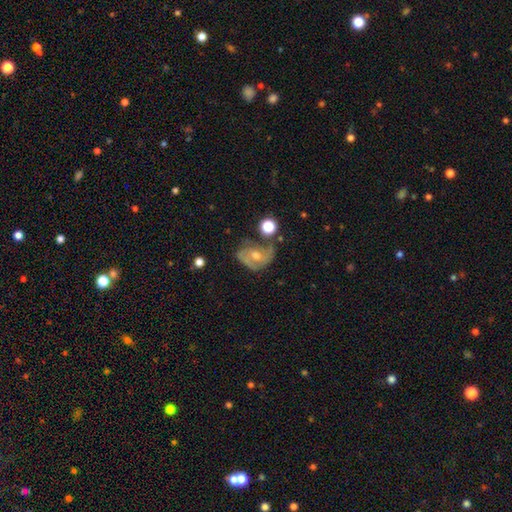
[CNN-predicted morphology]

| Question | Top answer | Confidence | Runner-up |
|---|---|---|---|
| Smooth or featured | featured or disk | 68% | smooth (20%) |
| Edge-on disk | no | 97% | yes (3%) |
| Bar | no | 55% | weak (36%) |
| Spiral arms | yes | 82% | no (18%) |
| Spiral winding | medium | 47% | tight (31%) |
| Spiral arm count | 2 | 60% | can't tell (19%) |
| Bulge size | moderate | 58% | small (33%) |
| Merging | none | 51% | minor disturbance (22%) |